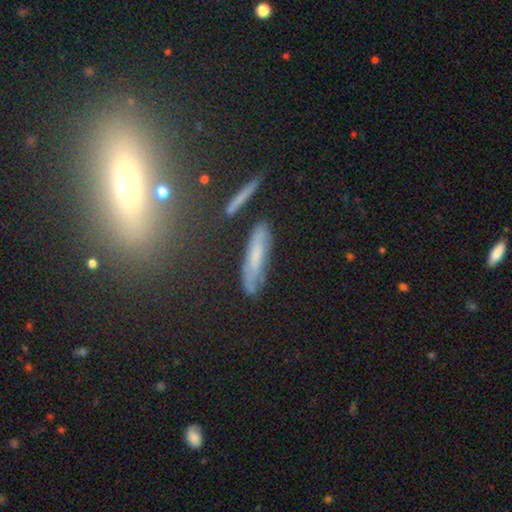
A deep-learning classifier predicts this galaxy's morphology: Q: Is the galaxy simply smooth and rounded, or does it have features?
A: smooth — 49%.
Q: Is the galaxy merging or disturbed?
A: none — 75%.